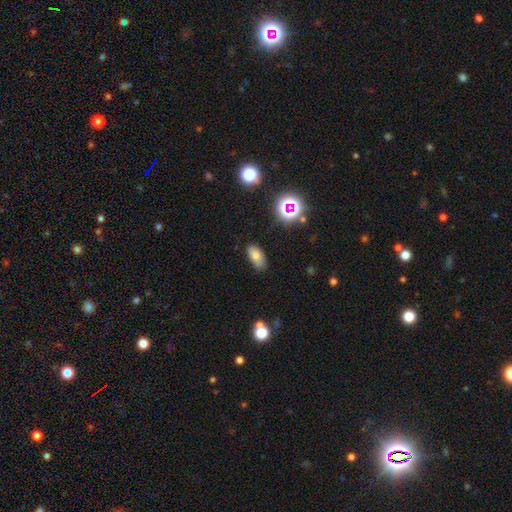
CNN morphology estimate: smooth-or-featured: smooth: 75% | star or artifact: 14% | featured or disk: 11%
  how-rounded: in between: 90% | cigar-shaped: 5% | round: 5%
  merging: none: 76% | minor disturbance: 18% | major disturbance: 4% | merger: 2%